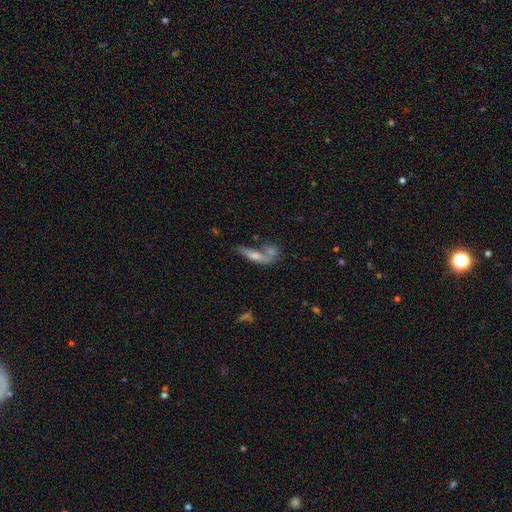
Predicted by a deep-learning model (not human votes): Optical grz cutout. It shows a smooth galaxy with no disk features (56%) that is cigar-shaped (67%). Merging: merger (40%).